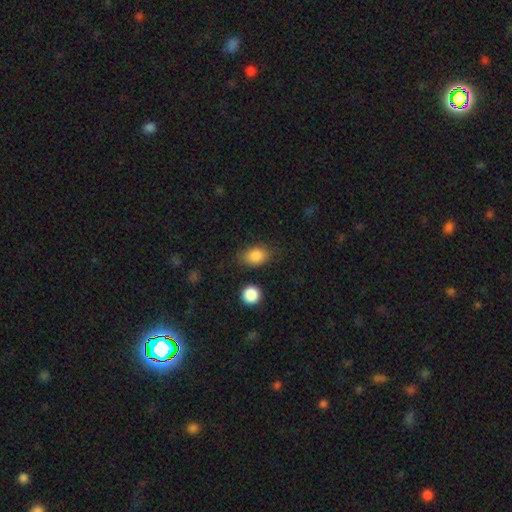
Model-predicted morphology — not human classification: The model was most divided on "how rounded": in between: 75%, round: 23%, cigar-shaped: 2%. More confident: smooth or featured — smooth (86%); merging — none (75%).